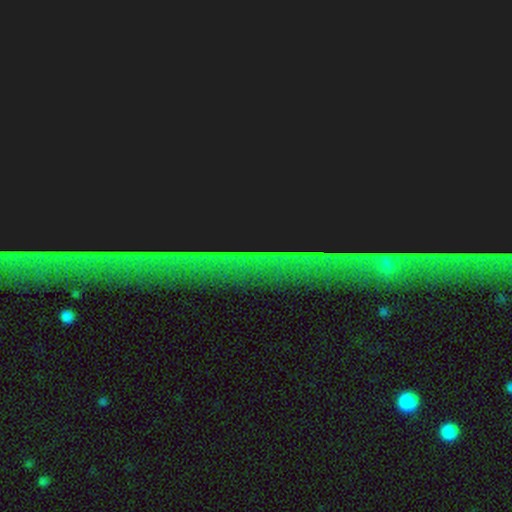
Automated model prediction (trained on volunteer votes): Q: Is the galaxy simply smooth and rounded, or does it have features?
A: star or artifact — 81%.